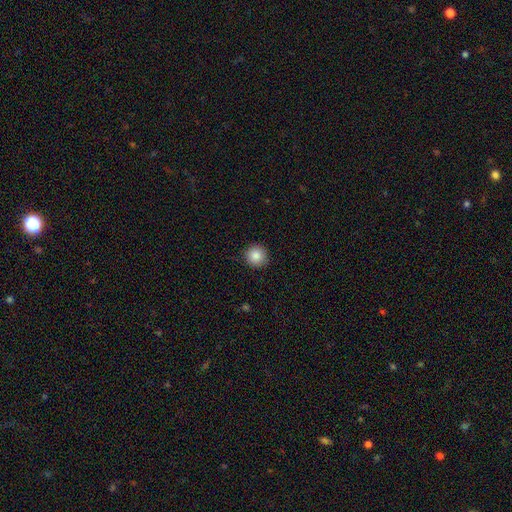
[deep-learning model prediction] Smooth or featured?
  - smooth: 86% *
  - star or artifact: 9%
  - featured or disk: 4%
How rounded?
  - round: 94% *
  - in between: 5%
  - cigar-shaped: 1%
Merging?
  - none: 90% *
  - minor disturbance: 7%
  - major disturbance: 2%
  - merger: 1%